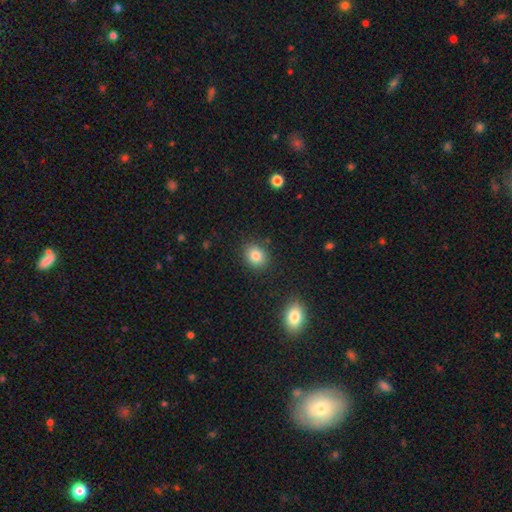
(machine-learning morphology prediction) This is clearly a smooth galaxy (83%). How rounded: likely round (63%). Merging: clearly none (87%).